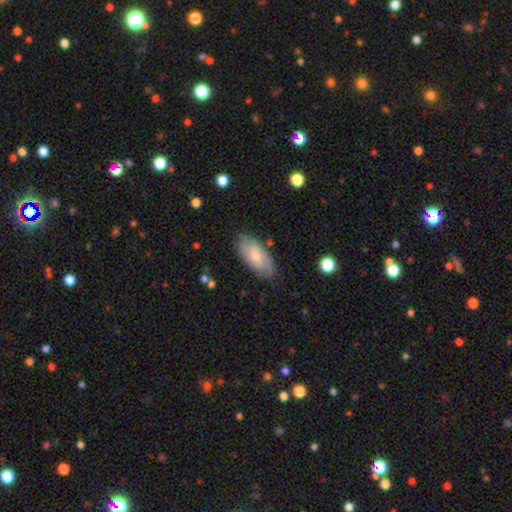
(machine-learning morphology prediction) A smooth galaxy with no disk features (61%) that is in between round and cigar-shaped (91%). Merging: none (75%).